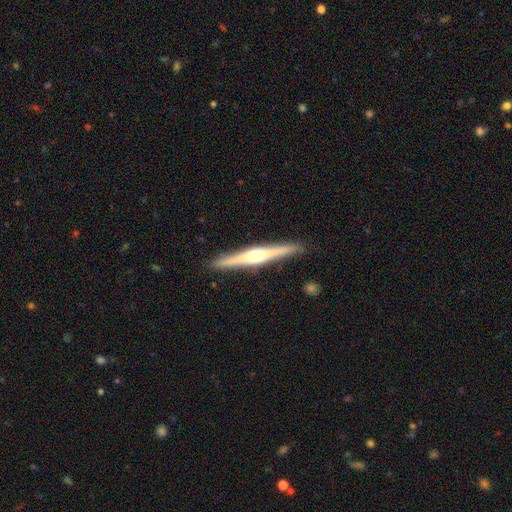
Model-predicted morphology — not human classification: Overall: featured or disk (74%). Edge-on disk: yes (98%). Edge-on bulge: rounded (77%). Merging: none (91%).